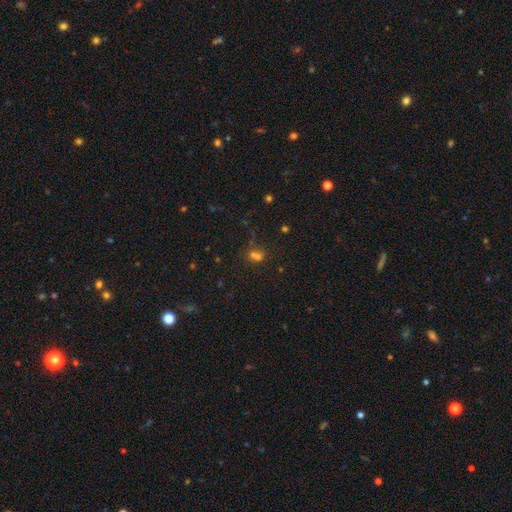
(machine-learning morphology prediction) A smooth galaxy with no disk features (56%) that is round (59%).

Vote fractions:
- Smooth or featured? smooth: 56% / star or artifact: 32% / featured or disk: 12%
- How rounded? round: 59% / in between: 39% / cigar-shaped: 2%
- Merging? none: 46% / merger: 39% / minor disturbance: 10% / major disturbance: 5%